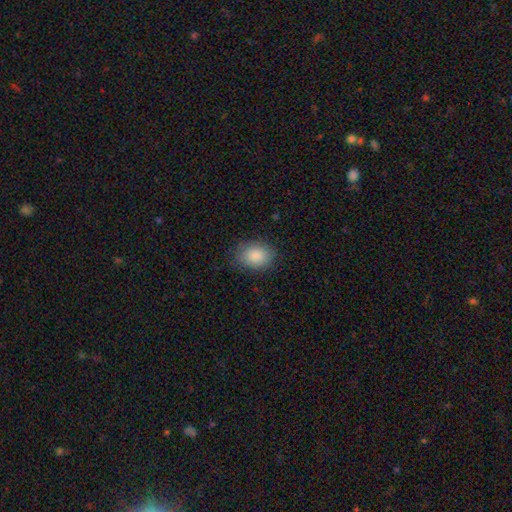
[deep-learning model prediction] The model was most divided on "how rounded": in between: 67%, round: 32%, cigar-shaped: 1%. More confident: smooth or featured — smooth (87%); merging — none (82%).